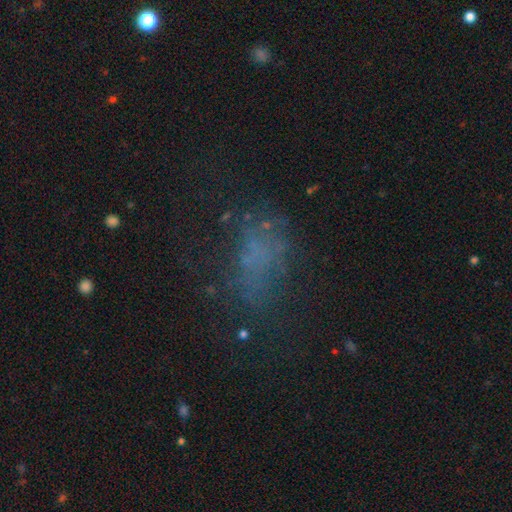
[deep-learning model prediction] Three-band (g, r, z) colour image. It shows a smooth galaxy with no disk features (42%). Merging: none (50%).